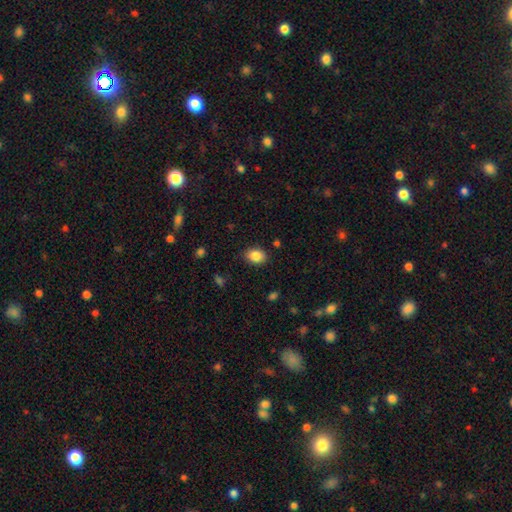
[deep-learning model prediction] smooth-or-featured: smooth: 86% | star or artifact: 9% | featured or disk: 6%
  how-rounded: in between: 72% | round: 27% | cigar-shaped: 1%
  merging: none: 86% | minor disturbance: 10% | major disturbance: 3% | merger: 1%